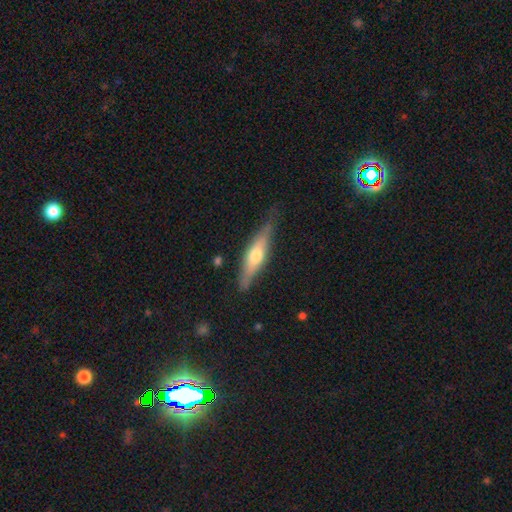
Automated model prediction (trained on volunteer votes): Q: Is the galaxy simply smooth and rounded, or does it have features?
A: featured or disk — 51%.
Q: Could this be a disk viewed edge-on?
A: yes — 88%.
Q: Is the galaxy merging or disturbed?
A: none — 78%.